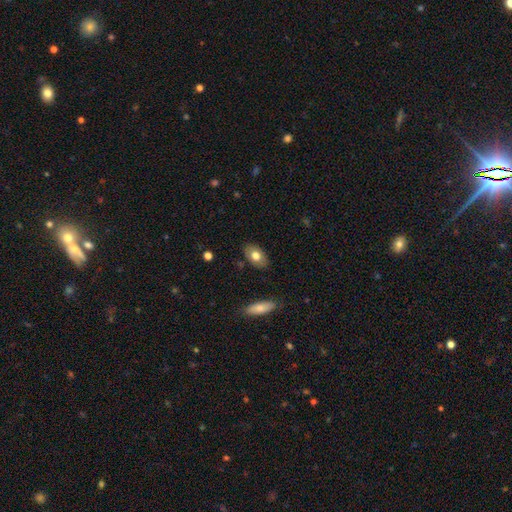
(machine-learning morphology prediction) Smooth or featured?
  - smooth: 74% *
  - featured or disk: 19%
  - star or artifact: 7%
How rounded?
  - in between: 90% *
  - round: 8%
  - cigar-shaped: 2%
Merging?
  - none: 84% *
  - minor disturbance: 12%
  - major disturbance: 3%
  - merger: 2%